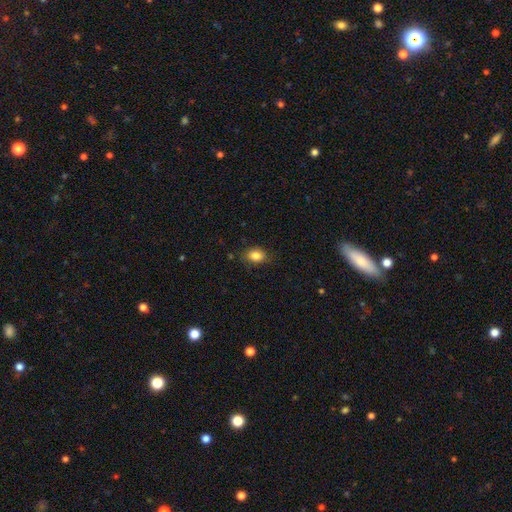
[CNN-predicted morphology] smooth 85%, star or artifact 9%, featured or disk 6%. Down the decision tree: how rounded — in between (68%); merging — none (81%).